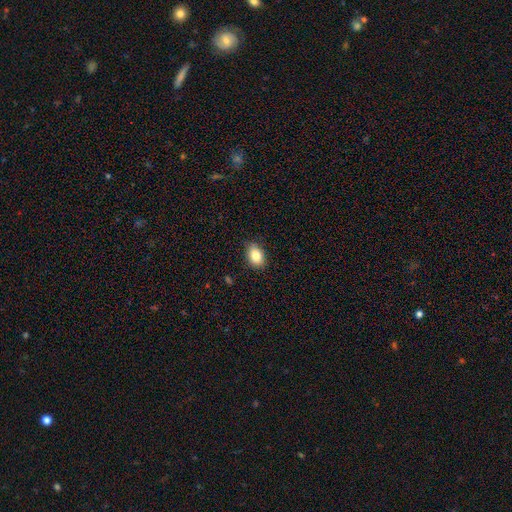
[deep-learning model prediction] A smooth galaxy with no disk features (84%) that is in between round and cigar-shaped (77%). Merging: none (83%).